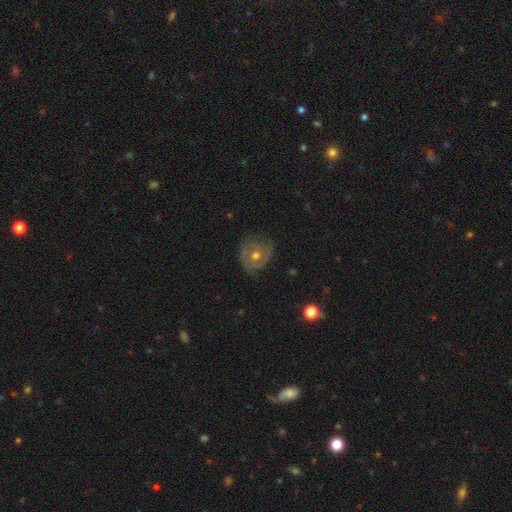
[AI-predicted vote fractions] smooth_or_featured: featured or disk (p=0.64) [alt: smooth p=0.27]
disk_edge_on: no (p=0.96) [alt: yes p=0.04]
bar: no (p=0.83) [alt: weak p=0.14]
has_spiral_arms: yes (p=0.66) [alt: no p=0.34]
bulge_size: moderate (p=0.77) [alt: small p=0.16]
merging: none (p=0.74) [alt: minor disturbance p=0.18]